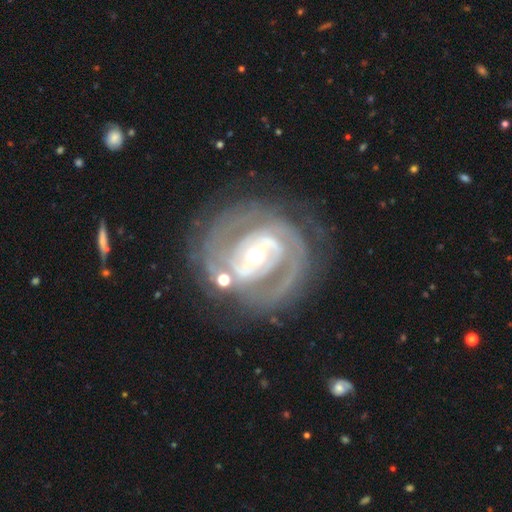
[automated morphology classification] A featured or disk galaxy (88%) with a strong bar (44%), 2 (57%) tight (63%) spiral arms (92%) and a moderate central bulge (59%).

Vote fractions:
- Smooth or featured? featured or disk: 88% / smooth: 7% / star or artifact: 5%
- Edge-on disk? no: 97% / yes: 3%
- Bar? strong: 44% / weak: 35% / no: 21%
- Spiral arms? yes: 92% / no: 8%
- Spiral winding? tight: 63% / medium: 30% / loose: 7%
- Spiral arm count? 2: 57% / can't tell: 17% / 3: 15% / 1: 4% / 4: 4% / more than 4: 3%
- Bulge size? moderate: 59% / small: 32% / large: 7% / dominant: 1% / none: 1%
- Merging? none: 72% / minor disturbance: 15% / major disturbance: 9% / merger: 4%